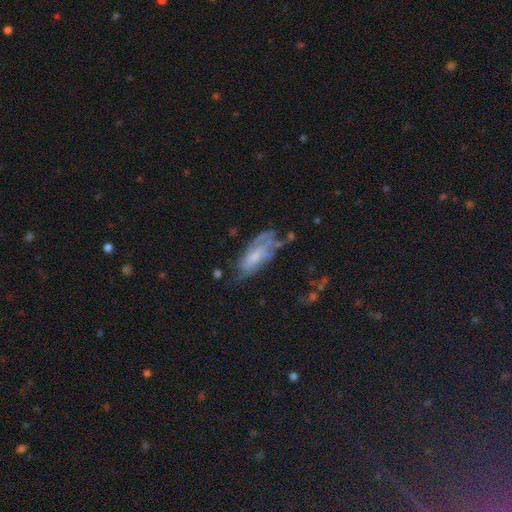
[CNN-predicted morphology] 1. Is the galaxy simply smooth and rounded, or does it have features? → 59% featured or disk, 32% smooth, 9% star or artifact.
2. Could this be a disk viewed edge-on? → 87% no, 13% yes.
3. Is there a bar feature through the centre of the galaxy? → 65% no, 29% weak, 6% strong.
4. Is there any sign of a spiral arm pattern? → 70% yes, 30% no.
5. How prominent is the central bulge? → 49% small, 33% moderate, 13% none, 4% large, 1% dominant.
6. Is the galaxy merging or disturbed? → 46% none, 29% minor disturbance, 20% major disturbance, 5% merger.